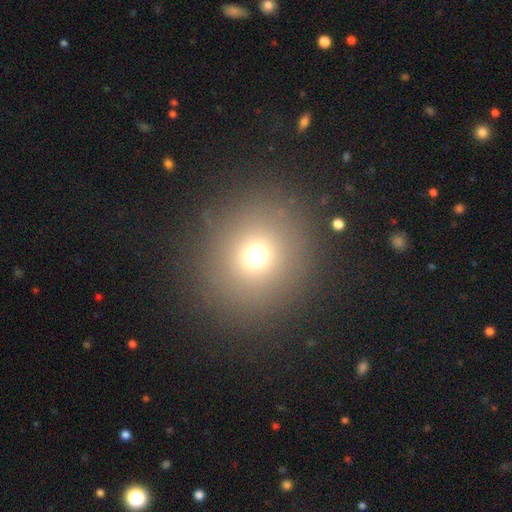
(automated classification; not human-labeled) Smooth or featured: smooth — 68% (star or artifact — 23%)
How rounded: round — 88% (in between — 11%)
Merging: none — 85% (minor disturbance — 7%)